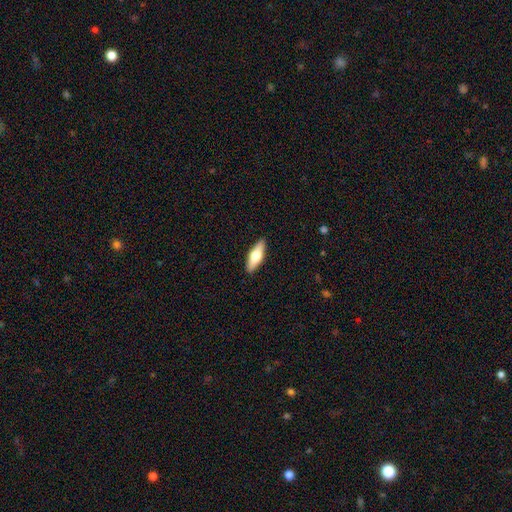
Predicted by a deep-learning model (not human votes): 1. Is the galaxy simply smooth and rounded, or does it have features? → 58% smooth, 37% featured or disk, 5% star or artifact.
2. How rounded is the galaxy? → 56% in between, 41% cigar-shaped, 3% round.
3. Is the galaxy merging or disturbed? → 90% none, 7% minor disturbance, 2% major disturbance, 1% merger.